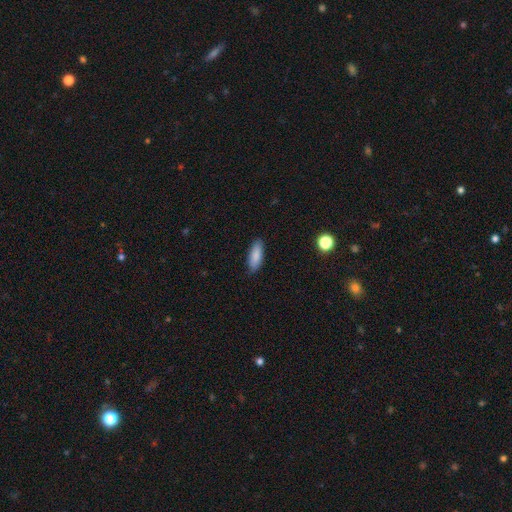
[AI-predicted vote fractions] Overall: smooth (87%). How rounded: in between (66%; cigar-shaped 33%). Merging: none (85%).